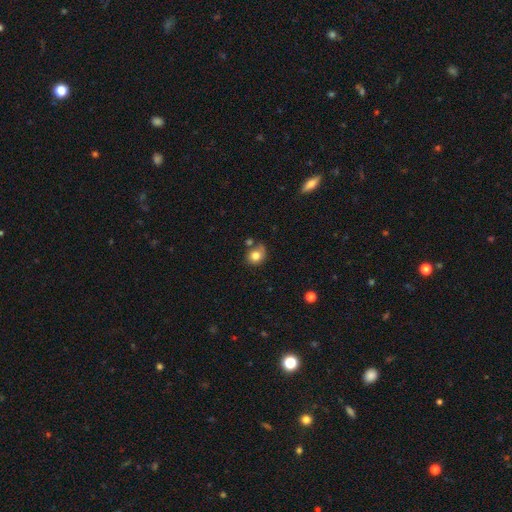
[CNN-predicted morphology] Smooth or featured: smooth — 79% (featured or disk — 11%)
How rounded: round — 67% (in between — 32%)
Merging: none — 58% (minor disturbance — 23%)